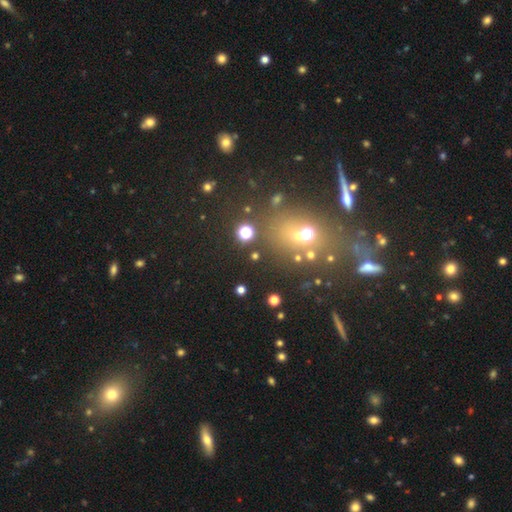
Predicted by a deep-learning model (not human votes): Smooth or featured? star or artifact (47%)